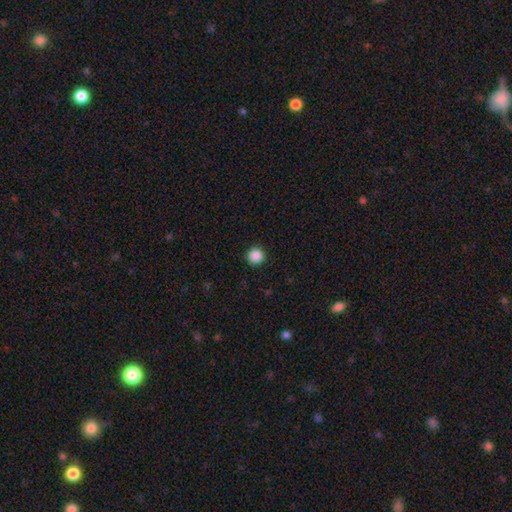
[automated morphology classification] Smooth or featured? Predicted: smooth (p=0.87). How rounded? Predicted: round (p=0.96). Merging? Predicted: none (p=0.93).